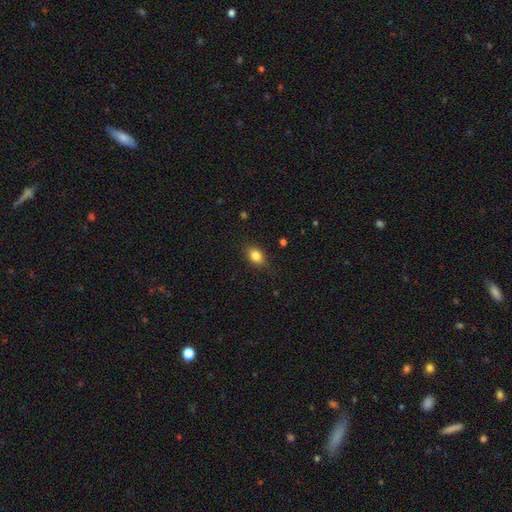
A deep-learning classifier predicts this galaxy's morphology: Smooth or featured? smooth (83%)
How rounded? in between (77%)
Merging? none (80%)